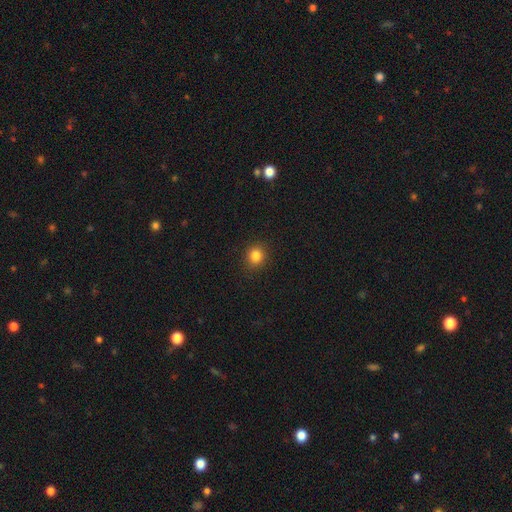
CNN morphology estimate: A smooth galaxy with no disk features (83%) that is round (82%). Merging: none (90%).